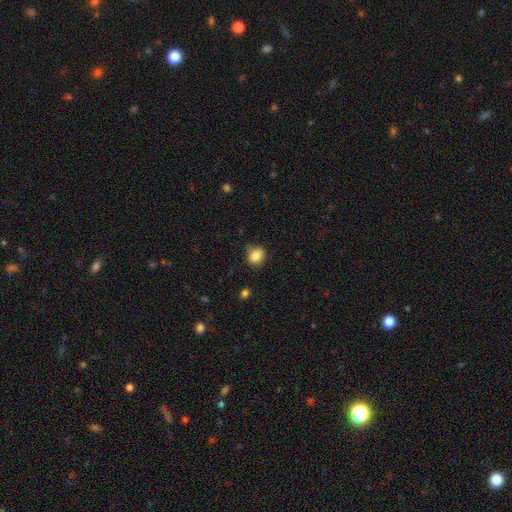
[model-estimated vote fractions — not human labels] This appears to be a smooth galaxy with no disk features (85%) that is round (83%). Merging: none (80%).